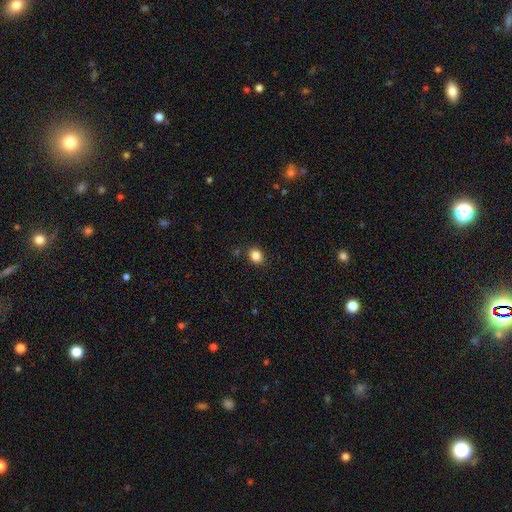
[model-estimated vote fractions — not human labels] Morphology: type=smooth (84%); roundness=round (63%); merging=none (85%).